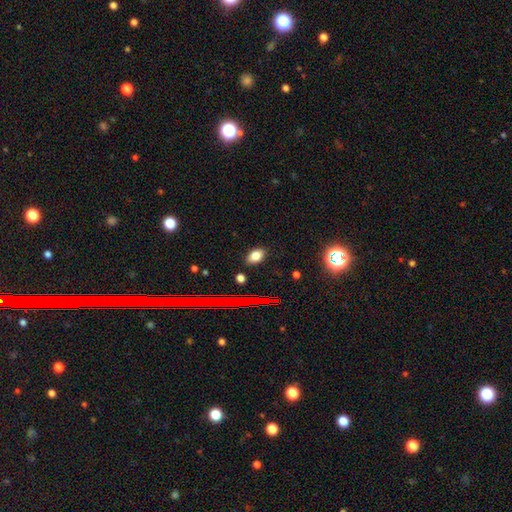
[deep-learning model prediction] Smooth or featured? Predicted: smooth (p=0.80). How rounded? Predicted: in between (p=0.85). Merging? Predicted: none (p=0.85).